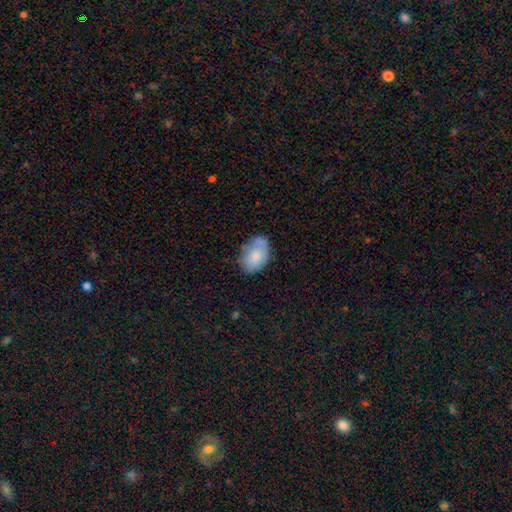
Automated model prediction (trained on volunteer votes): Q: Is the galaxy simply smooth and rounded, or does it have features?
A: smooth — 75%.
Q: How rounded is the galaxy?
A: in between — 86%.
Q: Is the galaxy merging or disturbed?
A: none — 59%.